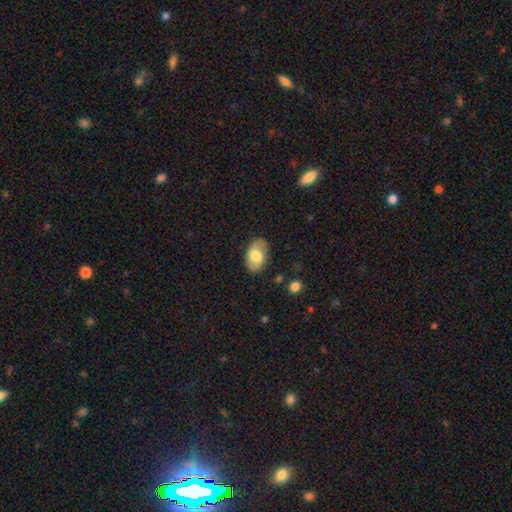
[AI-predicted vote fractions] smooth-or-featured: smooth: 68% | featured or disk: 26% | star or artifact: 7%
  how-rounded: in between: 92% | round: 6% | cigar-shaped: 1%
  merging: none: 78% | minor disturbance: 16% | major disturbance: 4% | merger: 1%